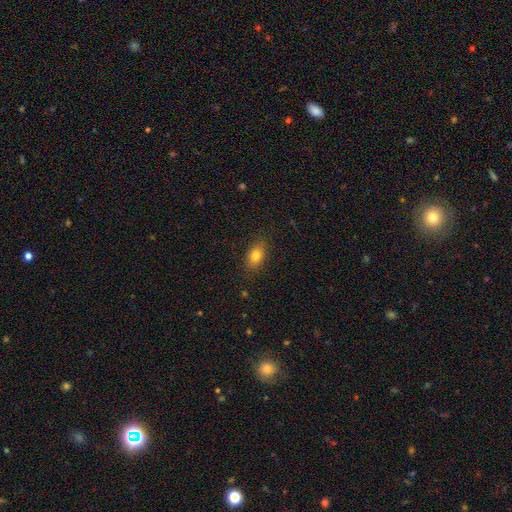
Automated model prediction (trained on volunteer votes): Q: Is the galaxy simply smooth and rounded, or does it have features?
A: smooth — 80%.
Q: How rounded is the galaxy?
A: in between — 82%.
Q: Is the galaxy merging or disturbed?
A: none — 86%.